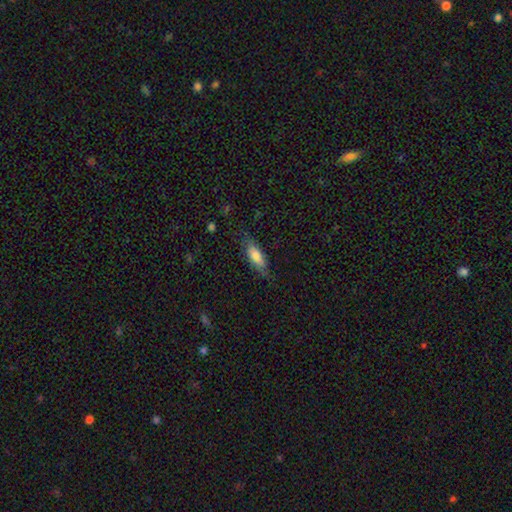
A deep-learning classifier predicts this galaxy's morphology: This appears to be a smooth galaxy with no disk features (73%) that is in between round and cigar-shaped (66%). Merging: none (72%).